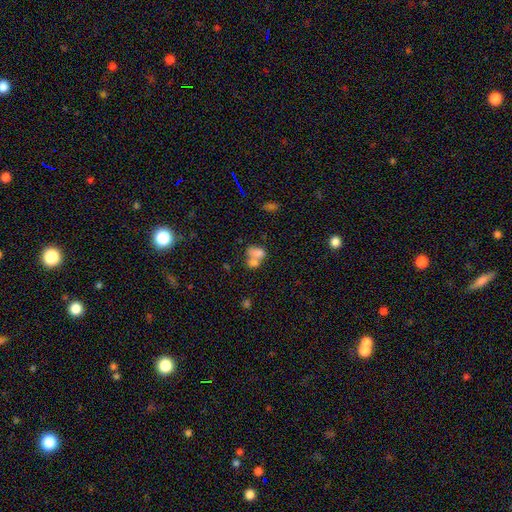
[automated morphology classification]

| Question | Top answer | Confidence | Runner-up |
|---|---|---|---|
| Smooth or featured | smooth | 71% | featured or disk (18%) |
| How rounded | in between | 74% | round (24%) |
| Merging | merger | 65% | none (20%) |